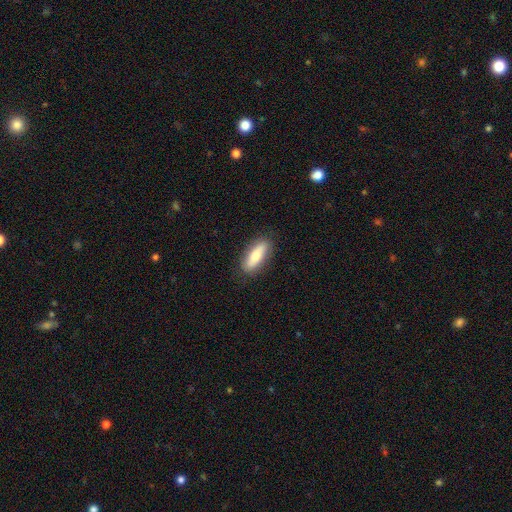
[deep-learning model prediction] This appears to be a smooth galaxy with no disk features (67%) that is in between round and cigar-shaped (62%). Merging: none (87%).